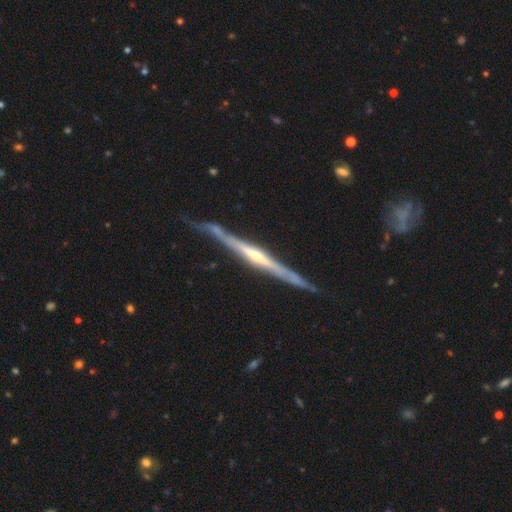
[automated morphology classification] smooth_or_featured: featured or disk (p=0.86) [alt: smooth p=0.10]
disk_edge_on: yes (p=0.97) [alt: no p=0.03]
edge_on_bulge: rounded (p=0.65) [alt: none p=0.24]
merging: none (p=0.77) [alt: minor disturbance p=0.17]